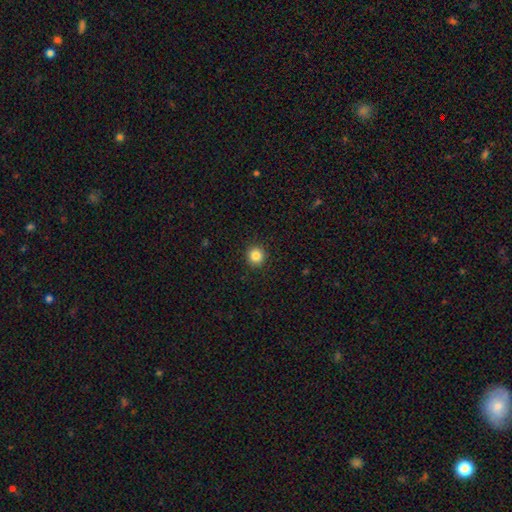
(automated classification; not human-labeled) Q: Smooth or featured?
A: smooth (85%); runner-up: star or artifact (11%)
Q: How rounded?
A: round (93%); runner-up: in between (6%)
Q: Merging?
A: none (92%); runner-up: minor disturbance (5%)